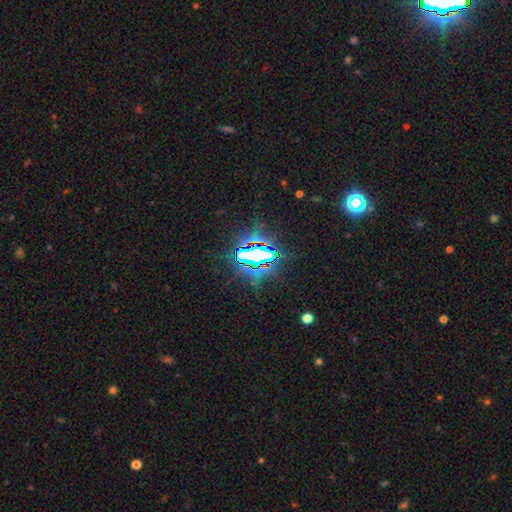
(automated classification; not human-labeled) smooth-or-featured: star or artifact: 75% | smooth: 14% | featured or disk: 11%